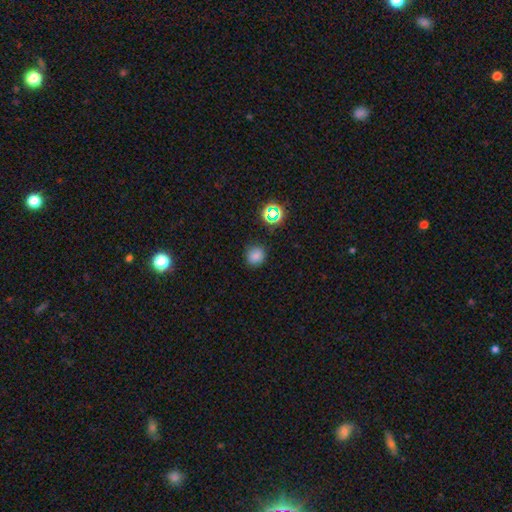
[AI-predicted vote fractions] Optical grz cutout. It shows a smooth galaxy with no disk features (77%) that is round (85%). Merging: none (84%).